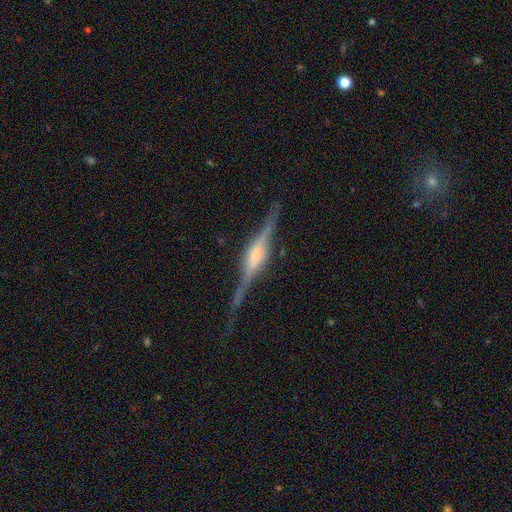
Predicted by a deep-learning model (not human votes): Smooth or featured: featured or disk — 86% (smooth — 8%)
Edge-on disk: yes — 98% (no — 2%)
Edge-on bulge: rounded — 60% (boxy — 35%)
Merging: none — 81% (minor disturbance — 13%)